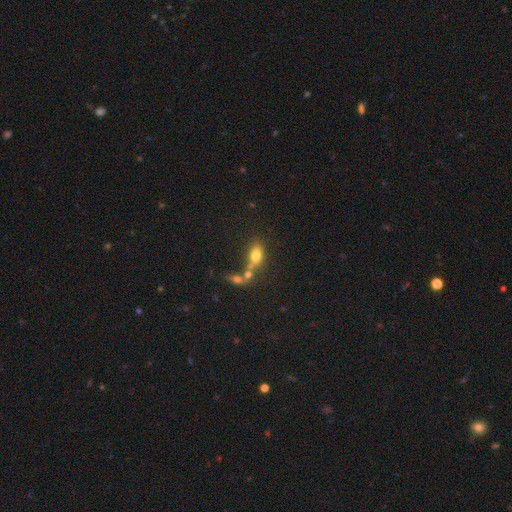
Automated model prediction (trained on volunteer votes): A smooth galaxy with no disk features (74%) that is in between round and cigar-shaped (78%).

Vote fractions:
- Smooth or featured? smooth: 74% / featured or disk: 15% / star or artifact: 11%
- How rounded? in between: 78% / round: 17% / cigar-shaped: 5%
- Merging? merger: 42% / none: 39% / minor disturbance: 12% / major disturbance: 7%